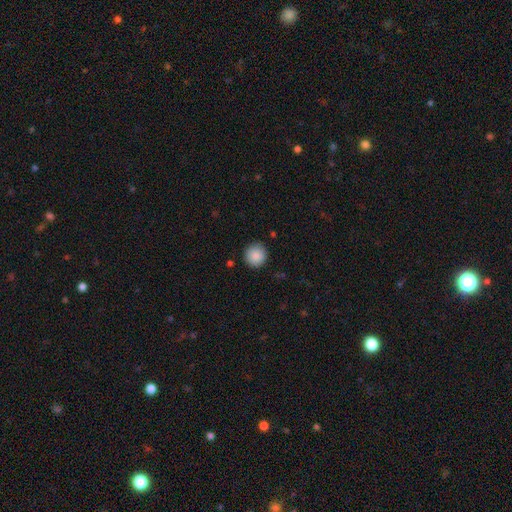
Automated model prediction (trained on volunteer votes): Smooth or featured?
  - smooth: 89% *
  - star or artifact: 8%
  - featured or disk: 3%
How rounded?
  - round: 94% *
  - in between: 5%
  - cigar-shaped: 1%
Merging?
  - none: 88% *
  - minor disturbance: 9%
  - major disturbance: 2%
  - merger: 1%